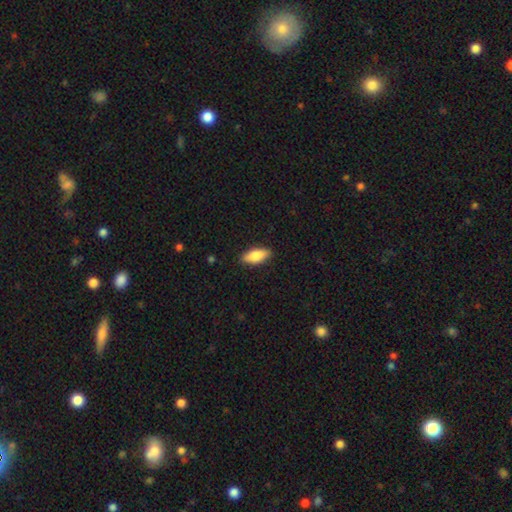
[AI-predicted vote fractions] Smooth or featured?
  - smooth: 80% *
  - featured or disk: 14%
  - star or artifact: 6%
How rounded?
  - in between: 80% *
  - cigar-shaped: 17%
  - round: 2%
Merging?
  - none: 88% *
  - minor disturbance: 9%
  - major disturbance: 2%
  - merger: 1%